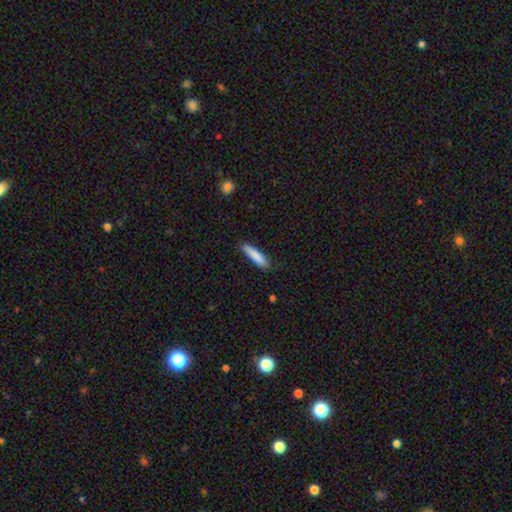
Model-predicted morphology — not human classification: Smooth or featured?
  - smooth: 85% *
  - featured or disk: 9%
  - star or artifact: 6%
How rounded?
  - cigar-shaped: 81% *
  - in between: 17%
  - round: 1%
Merging?
  - none: 83% *
  - minor disturbance: 13%
  - major disturbance: 2%
  - merger: 1%